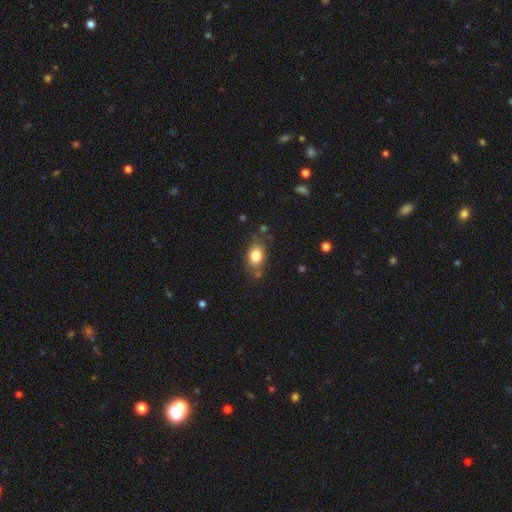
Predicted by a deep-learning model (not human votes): smooth_or_featured: smooth (p=0.82) [alt: featured or disk p=0.09]
how_rounded: in between (p=0.75) [alt: round p=0.23]
merging: none (p=0.74) [alt: minor disturbance p=0.17]